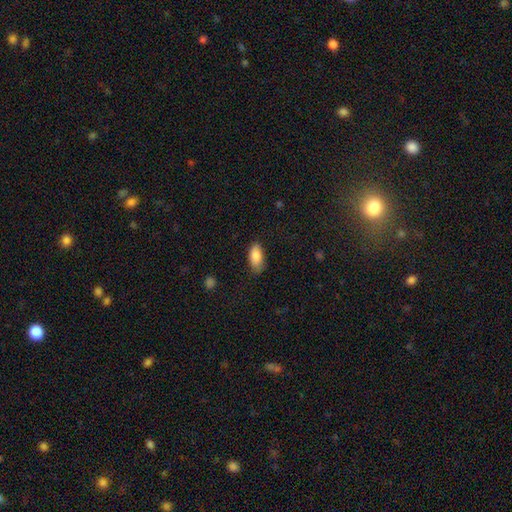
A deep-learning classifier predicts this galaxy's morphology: type=smooth (86%); roundness=in between (91%); merging=none (76%).